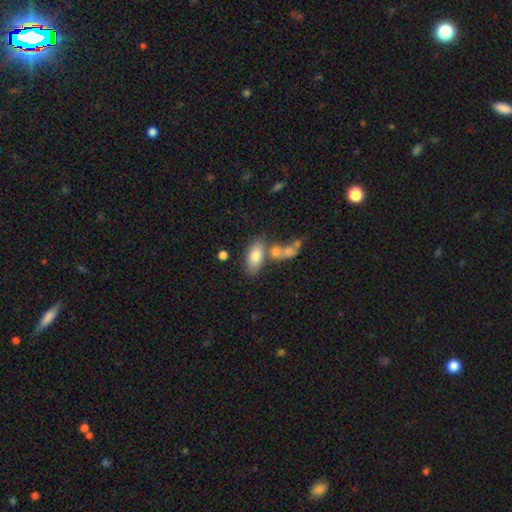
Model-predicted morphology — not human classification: Smooth or featured?
  - smooth: 78% *
  - featured or disk: 15%
  - star or artifact: 7%
How rounded?
  - in between: 90% *
  - cigar-shaped: 6%
  - round: 5%
Merging?
  - none: 53% *
  - merger: 29%
  - minor disturbance: 13%
  - major disturbance: 5%